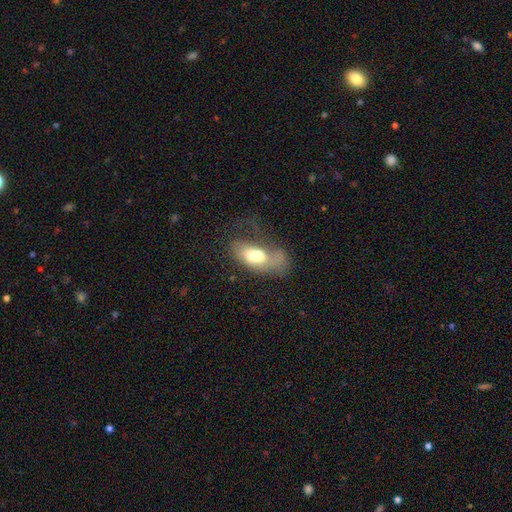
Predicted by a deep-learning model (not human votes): The model was most divided on "merging": major disturbance: 40%, merger: 22%, minor disturbance: 19%, none: 19%. More confident: how rounded — in between (86%); smooth or featured — smooth (56%).